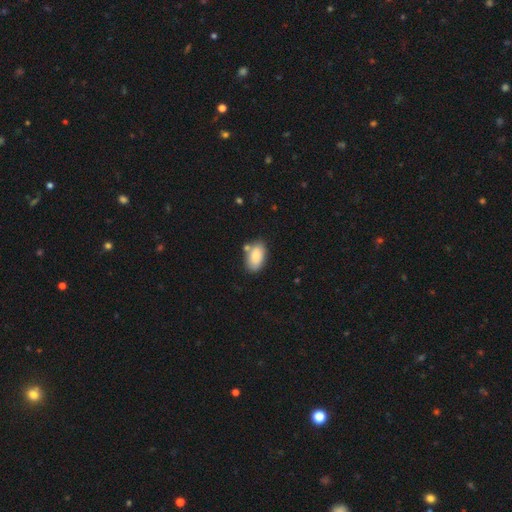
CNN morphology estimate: Smooth or featured? smooth (83%)
How rounded? in between (93%)
Merging? none (69%)